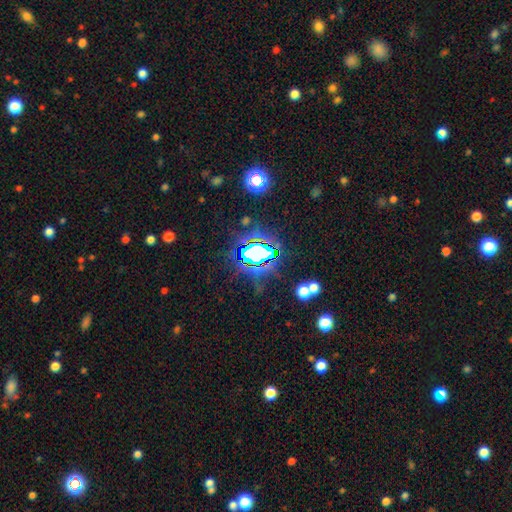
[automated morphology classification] Smooth or featured? star or artifact (67%)